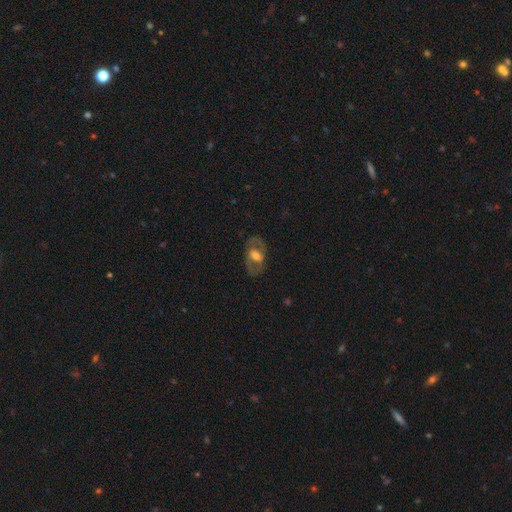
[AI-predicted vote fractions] smooth_or_featured: featured or disk (p=0.62) [alt: smooth p=0.31]
disk_edge_on: no (p=0.91) [alt: yes p=0.09]
bar: no (p=0.42) [alt: weak p=0.38]
has_spiral_arms: no (p=0.51) [alt: yes p=0.49]
bulge_size: moderate (p=0.56) [alt: large p=0.27]
merging: none (p=0.75) [alt: minor disturbance p=0.15]